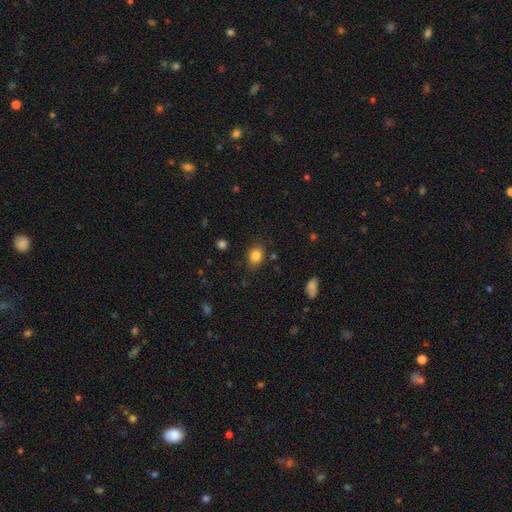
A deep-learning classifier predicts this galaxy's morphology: smooth-or-featured: smooth: 84% | star or artifact: 10% | featured or disk: 6%
  how-rounded: in between: 54% | round: 45% | cigar-shaped: 1%
  merging: none: 84% | minor disturbance: 11% | major disturbance: 3% | merger: 2%